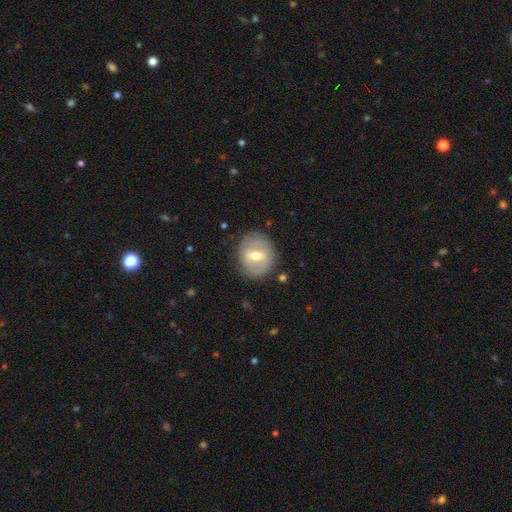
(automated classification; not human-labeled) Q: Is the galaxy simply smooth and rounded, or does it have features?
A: featured or disk — 56%.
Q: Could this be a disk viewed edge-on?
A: no — 93%.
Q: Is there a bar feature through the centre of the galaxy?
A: weak — 50%.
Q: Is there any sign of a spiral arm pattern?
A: no — 64%.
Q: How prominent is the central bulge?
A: moderate — 74%.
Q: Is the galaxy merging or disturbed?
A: none — 80%.